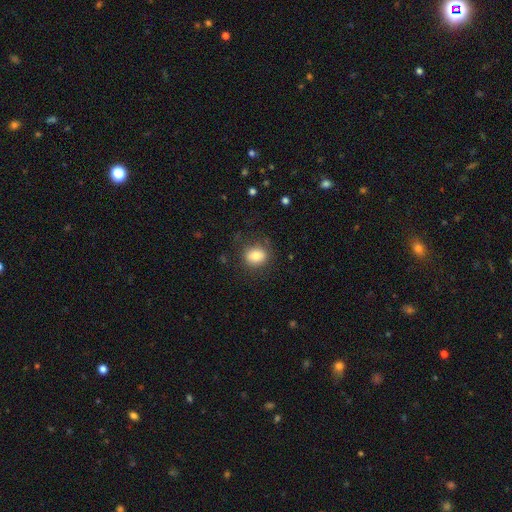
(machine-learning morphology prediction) Smooth or featured? smooth (81%)
How rounded? round (65%)
Merging? none (80%)